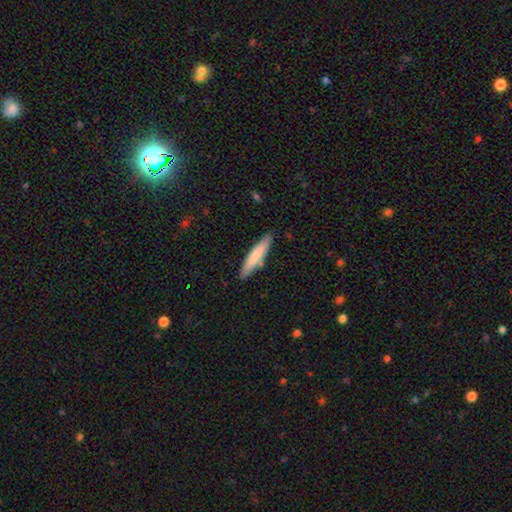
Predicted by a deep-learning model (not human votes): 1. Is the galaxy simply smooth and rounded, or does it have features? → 76% smooth, 19% featured or disk, 5% star or artifact.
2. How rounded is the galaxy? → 87% cigar-shaped, 12% in between, 1% round.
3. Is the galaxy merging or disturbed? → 85% none, 11% minor disturbance, 3% merger, 2% major disturbance.